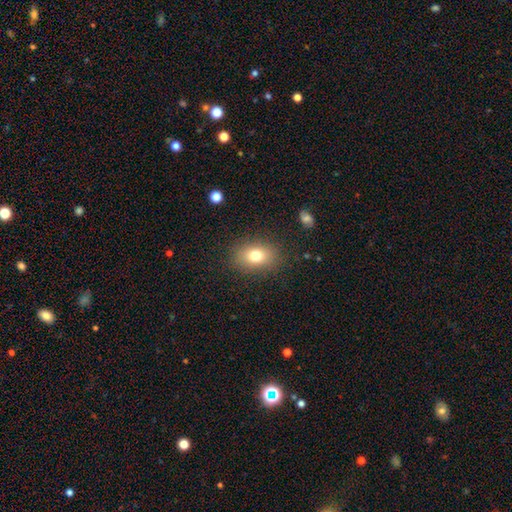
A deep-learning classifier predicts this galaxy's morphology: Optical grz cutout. It shows a smooth galaxy with no disk features (77%) that is in between round and cigar-shaped (71%). Merging: none (85%).